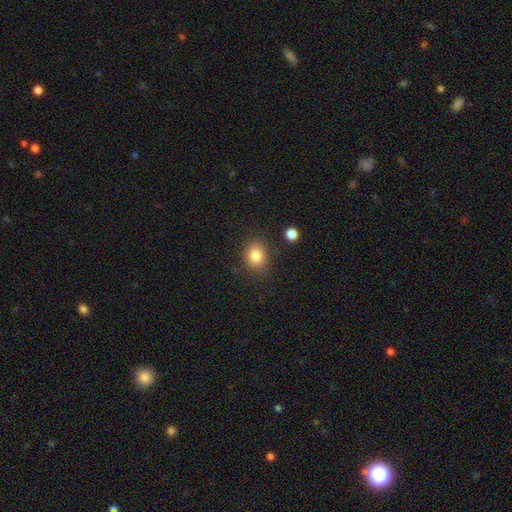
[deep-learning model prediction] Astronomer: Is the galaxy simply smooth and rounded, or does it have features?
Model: smooth — 83%.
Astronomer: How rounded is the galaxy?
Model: round — 63%.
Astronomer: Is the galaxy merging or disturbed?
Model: none — 85%.